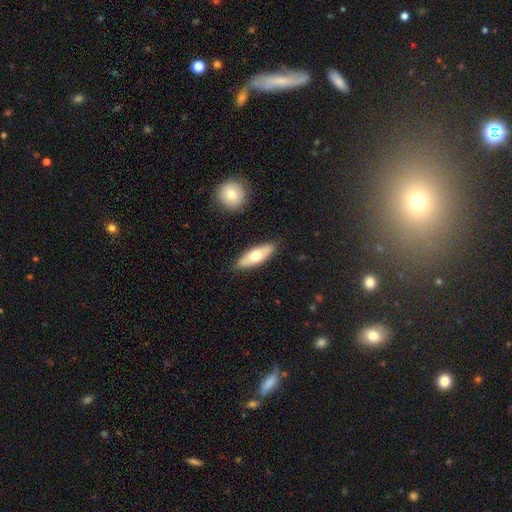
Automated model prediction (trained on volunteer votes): smooth 65%, featured or disk 30%, star or artifact 6%. Down the decision tree: how rounded — in between (62%); merging — none (85%).